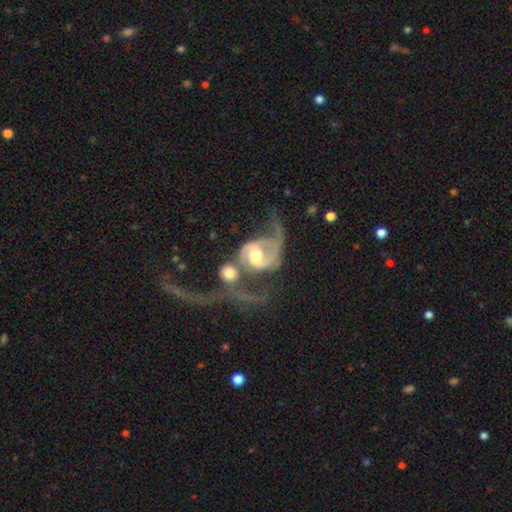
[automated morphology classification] This is clearly a featured or disk galaxy (88%). It is clearly not viewed edge-on (97%). Bar: possibly no (47%). Spiral arm pattern: clearly yes (95%). Spiral arm count: clearly 2 (86%). Spiral winding: possibly loose (57%). Central bulge: likely moderate (67%). Merging: possibly merger (50%).